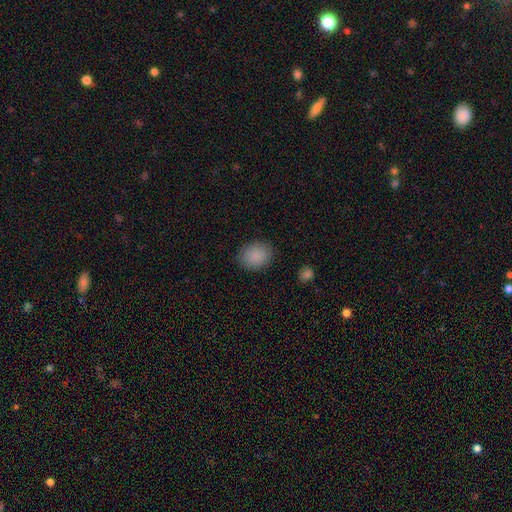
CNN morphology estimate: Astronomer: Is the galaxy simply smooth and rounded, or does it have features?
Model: smooth — 88%.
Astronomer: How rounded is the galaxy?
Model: in between — 53% (runner-up: round, 46%).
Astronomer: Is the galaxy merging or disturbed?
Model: none — 85%.